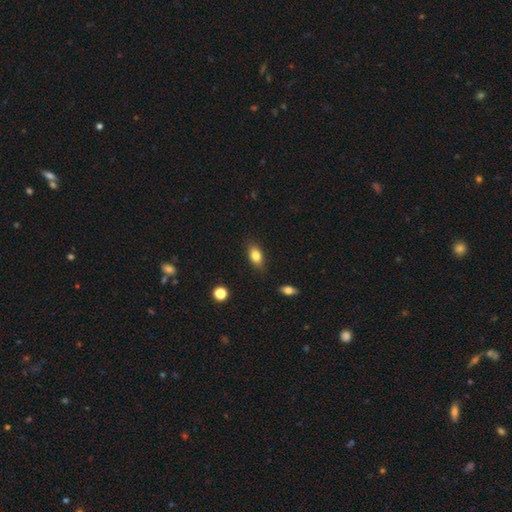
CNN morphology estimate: Smooth or featured? smooth (80%)
How rounded? in between (84%)
Merging? none (83%)